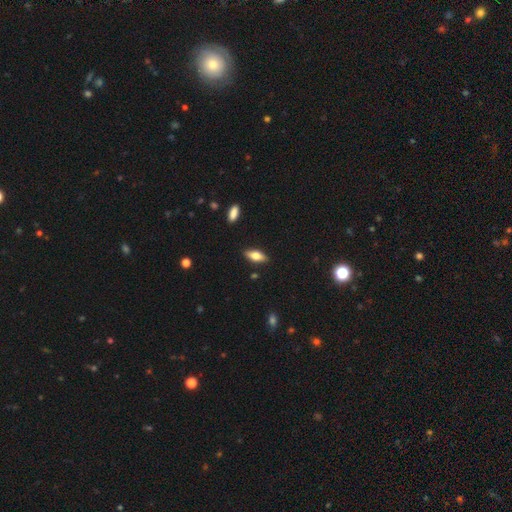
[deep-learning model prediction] The model was most divided on "smooth or featured": smooth: 66%, featured or disk: 27%, star or artifact: 7%. More confident: merging — none (87%); how rounded — in between (75%).